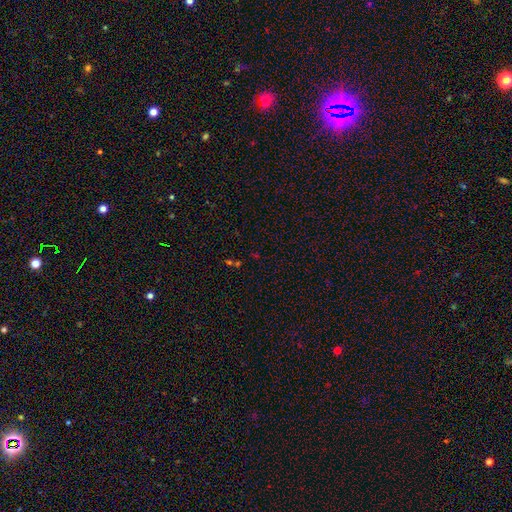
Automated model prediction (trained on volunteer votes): smooth_or_featured: star or artifact (p=0.54) [alt: smooth p=0.35]